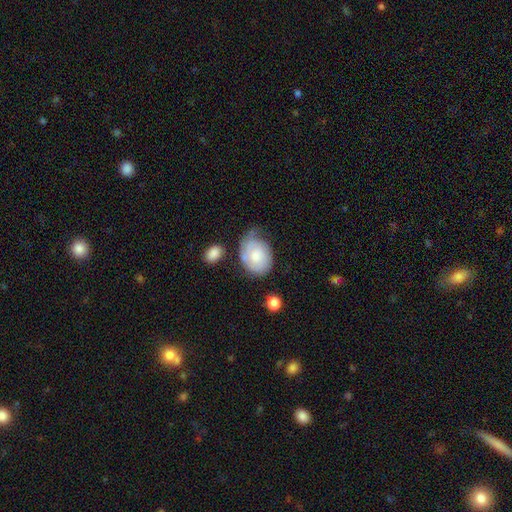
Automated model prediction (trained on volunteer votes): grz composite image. It shows a smooth galaxy with no disk features (48%). Merging: none (43%).